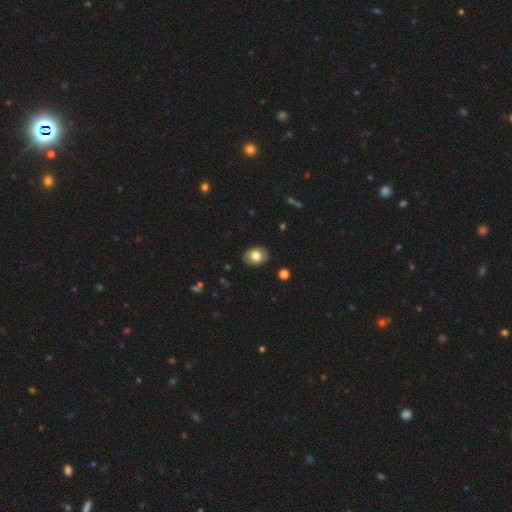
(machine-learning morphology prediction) type=smooth (79%); roundness=in between (69%); merging=none (88%).